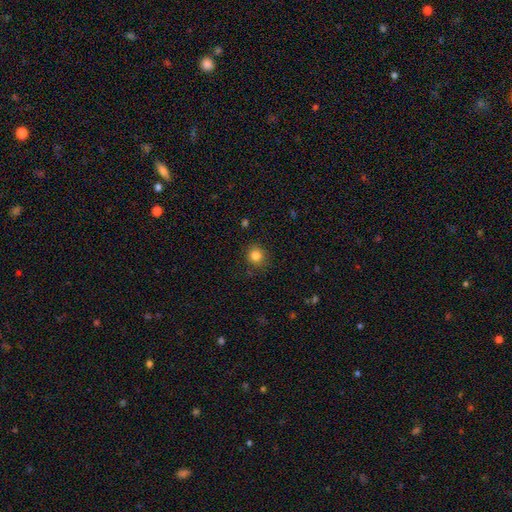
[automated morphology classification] Smooth or featured?
  - smooth: 83% *
  - star or artifact: 12%
  - featured or disk: 5%
How rounded?
  - round: 89% *
  - in between: 10%
  - cigar-shaped: 1%
Merging?
  - none: 87% *
  - minor disturbance: 9%
  - major disturbance: 3%
  - merger: 1%